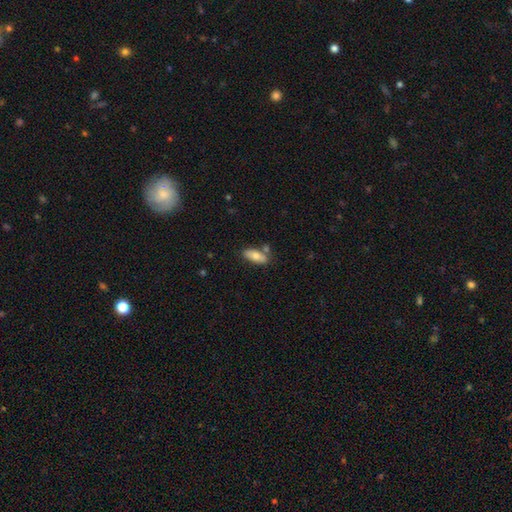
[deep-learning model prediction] Morphology: type=smooth (75%); roundness=in between (80%); merging=none (69%).